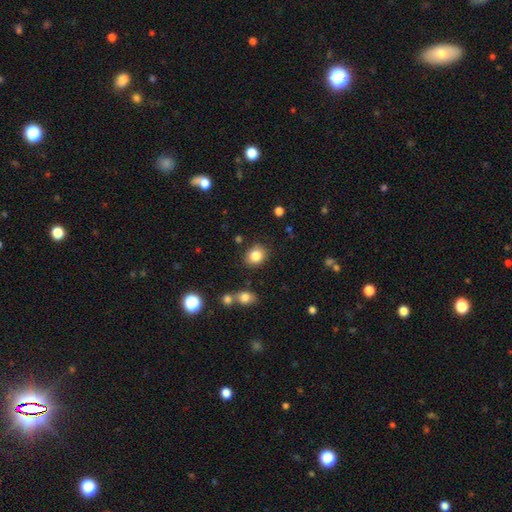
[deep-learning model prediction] Smooth or featured? smooth (84%)
How rounded? round (60%)
Merging? none (85%)